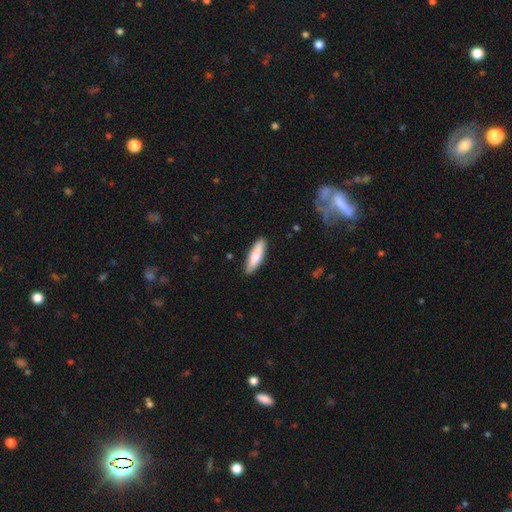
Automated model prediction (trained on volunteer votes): This is likely a smooth galaxy (75%). How rounded: likely cigar-shaped (62%). Merging: clearly none (87%).